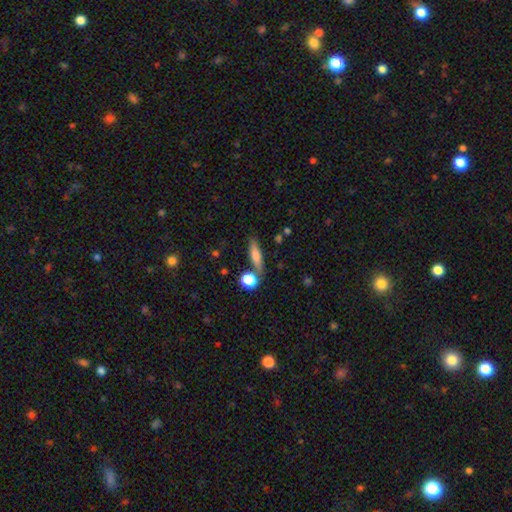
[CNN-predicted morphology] The model was most divided on "how rounded": cigar-shaped: 63%, in between: 31%, round: 6%. More confident: merging — none (72%); smooth or featured — smooth (70%).